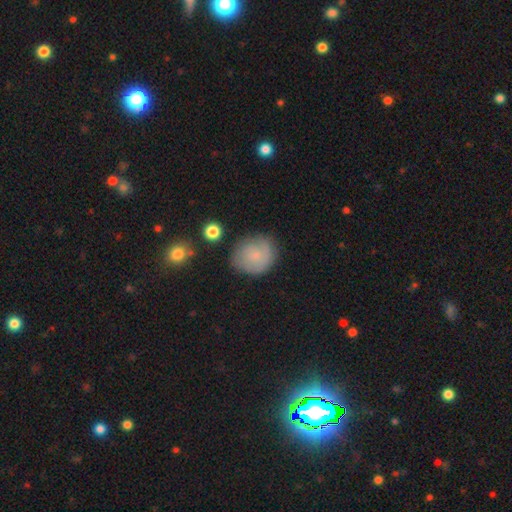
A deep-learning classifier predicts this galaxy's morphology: A smooth galaxy with no disk features (67%) that is round (79%).

Vote fractions:
- Smooth or featured? smooth: 67% / featured or disk: 25% / star or artifact: 8%
- How rounded? round: 79% / in between: 19% / cigar-shaped: 1%
- Merging? none: 72% / minor disturbance: 20% / major disturbance: 5% / merger: 3%